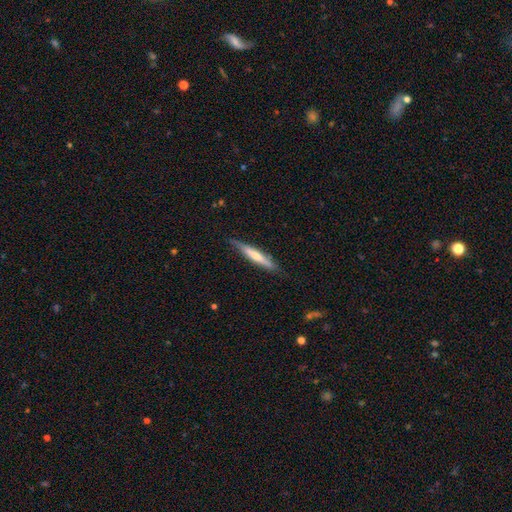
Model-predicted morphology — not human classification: Smooth or featured?
  - featured or disk: 51% *
  - smooth: 43%
  - star or artifact: 5%
Edge-on disk?
  - yes: 93% *
  - no: 7%
Merging?
  - none: 83% *
  - minor disturbance: 14%
  - major disturbance: 2%
  - merger: 1%